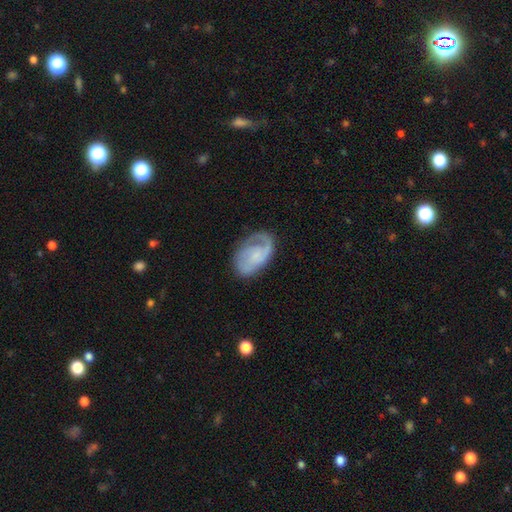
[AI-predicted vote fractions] smooth-or-featured: featured or disk: 68% | smooth: 25% | star or artifact: 6%
  disk-edge-on: no: 97% | yes: 3%
    bar: no: 66% | weak: 29% | strong: 5%
    has-spiral-arms: yes: 90% | no: 10%
      spiral-winding: medium: 41% | tight: 38% | loose: 21%
      spiral-arm-count: 2: 48% | 1: 29% | can't tell: 15% | 3: 4% | 4: 2% | more than 4: 1%
    bulge-size: small: 51% | none: 29% | moderate: 16% | large: 3% | dominant: 1%
  merging: none: 63% | minor disturbance: 22% | major disturbance: 13% | merger: 2%